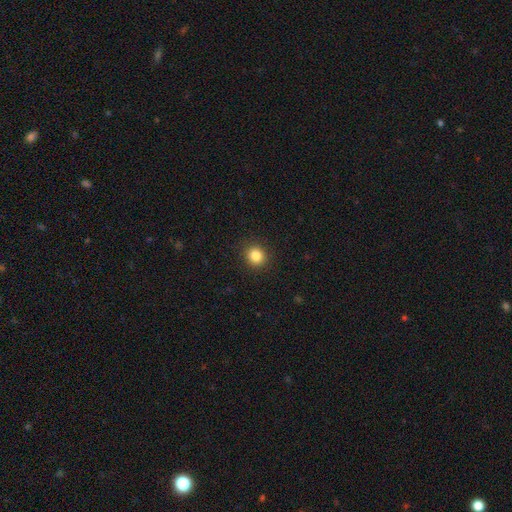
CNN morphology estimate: A smooth galaxy with no disk features (85%) that is round (88%).

Vote fractions:
- Smooth or featured? smooth: 85% / star or artifact: 11% / featured or disk: 4%
- How rounded? round: 88% / in between: 11% / cigar-shaped: 1%
- Merging? none: 91% / minor disturbance: 6% / major disturbance: 2% / merger: 1%